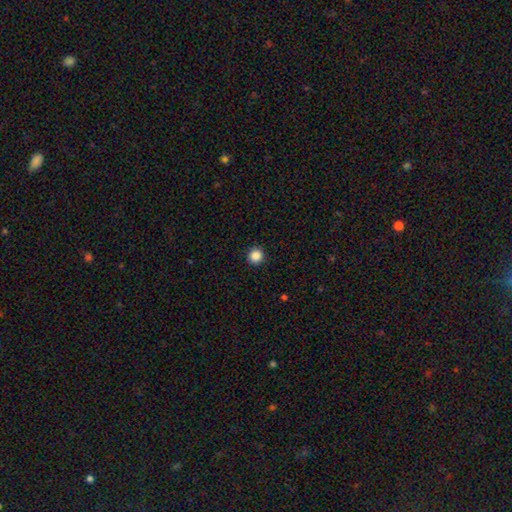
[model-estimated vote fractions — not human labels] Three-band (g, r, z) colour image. It shows a smooth galaxy with no disk features (86%) that is round (95%). Merging: none (93%).